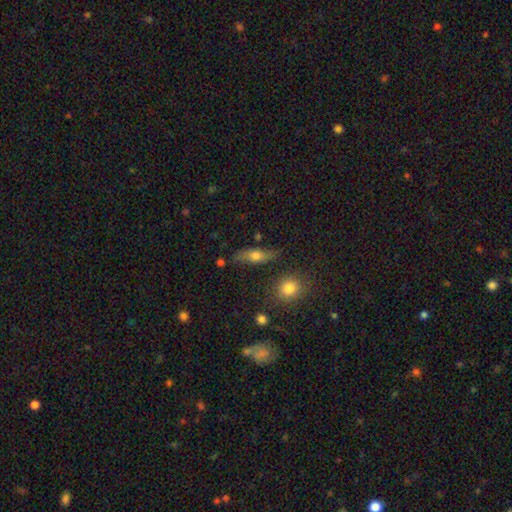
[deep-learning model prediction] A smooth galaxy with no disk features (61%) that is in between round and cigar-shaped (59%). Merging: none (72%).